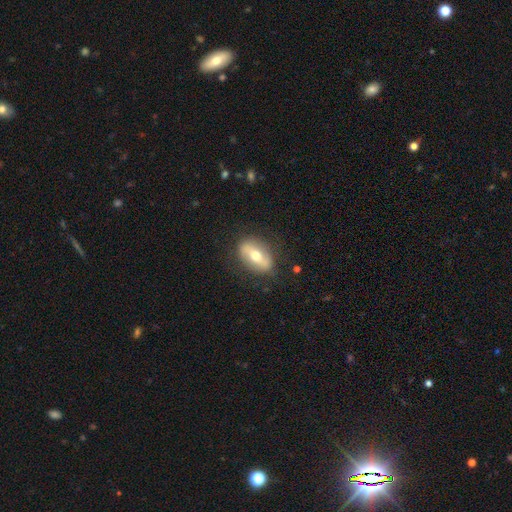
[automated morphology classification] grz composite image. It shows a featured or disk galaxy (52%). Merging: none (83%).